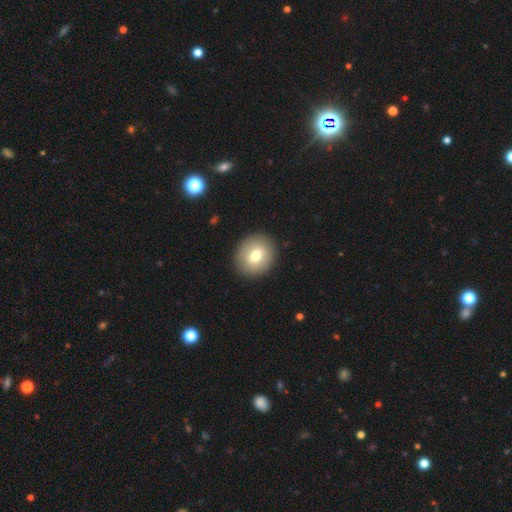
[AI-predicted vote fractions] smooth-or-featured: smooth: 74% | featured or disk: 18% | star or artifact: 9%
  how-rounded: round: 80% | in between: 19% | cigar-shaped: 1%
  merging: none: 91% | minor disturbance: 6% | major disturbance: 2% | merger: 1%